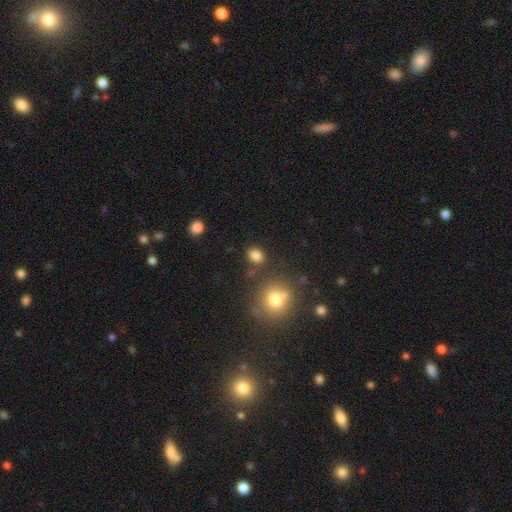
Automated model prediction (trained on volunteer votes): Overall: smooth (81%). How rounded: in between (50%; round 48%). Merging: none (76%).